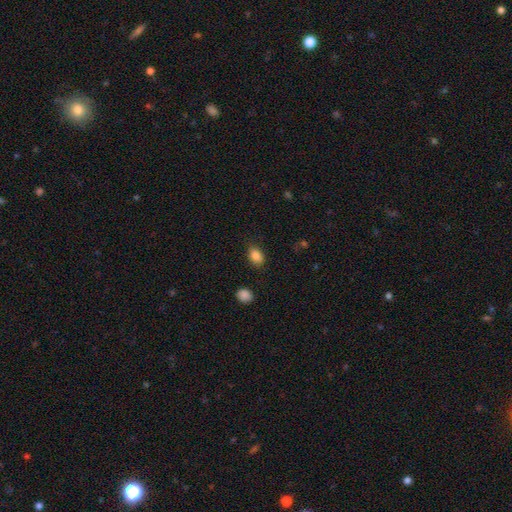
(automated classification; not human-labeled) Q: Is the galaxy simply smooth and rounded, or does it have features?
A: smooth — 87%.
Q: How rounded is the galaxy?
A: in between — 80%.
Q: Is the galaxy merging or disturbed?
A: none — 83%.